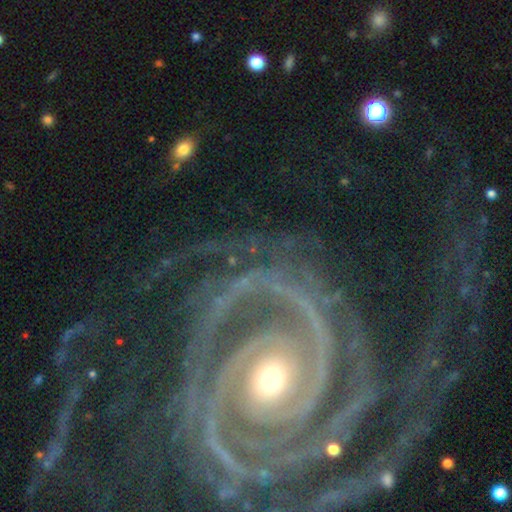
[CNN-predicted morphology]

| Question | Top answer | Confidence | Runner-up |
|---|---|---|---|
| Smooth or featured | featured or disk | 90% | star or artifact (6%) |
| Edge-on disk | no | 97% | yes (3%) |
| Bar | no | 64% | weak (18%) |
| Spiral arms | yes | 98% | no (2%) |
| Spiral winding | tight | 75% | medium (20%) |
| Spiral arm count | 2 | 35% | 3 (19%) |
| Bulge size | moderate | 47% | tied: small (47%) |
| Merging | none | 67% | minor disturbance (15%) |